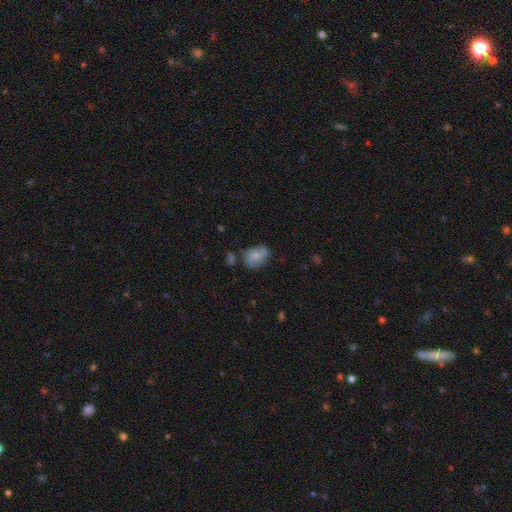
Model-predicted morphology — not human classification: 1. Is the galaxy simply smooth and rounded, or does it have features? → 64% smooth, 27% featured or disk, 10% star or artifact.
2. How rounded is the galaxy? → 65% in between, 33% round, 2% cigar-shaped.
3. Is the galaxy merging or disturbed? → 55% none, 25% minor disturbance, 12% merger, 9% major disturbance.